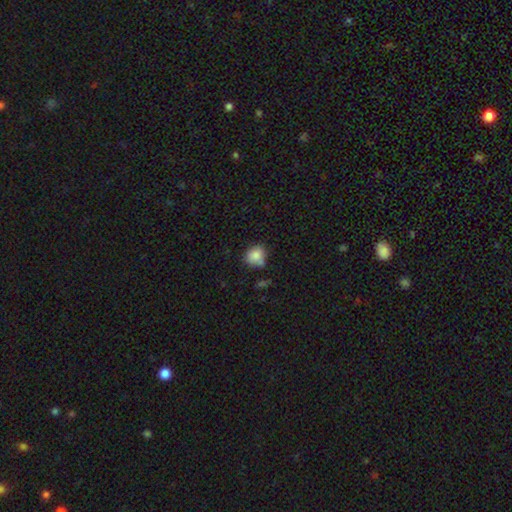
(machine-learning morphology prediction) type=smooth (84%); roundness=round (75%); merging=none (62%).